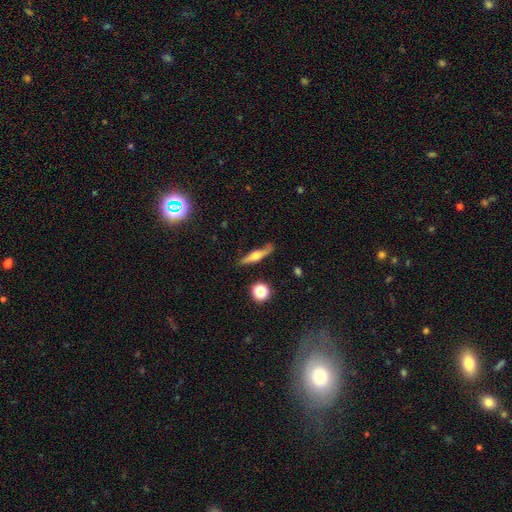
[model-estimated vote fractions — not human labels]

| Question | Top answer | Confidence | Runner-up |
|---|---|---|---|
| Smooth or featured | featured or disk | 54% | smooth (38%) |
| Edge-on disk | yes | 92% | no (8%) |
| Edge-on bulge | rounded | 91% | boxy (5%) |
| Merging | none | 79% | minor disturbance (15%) |